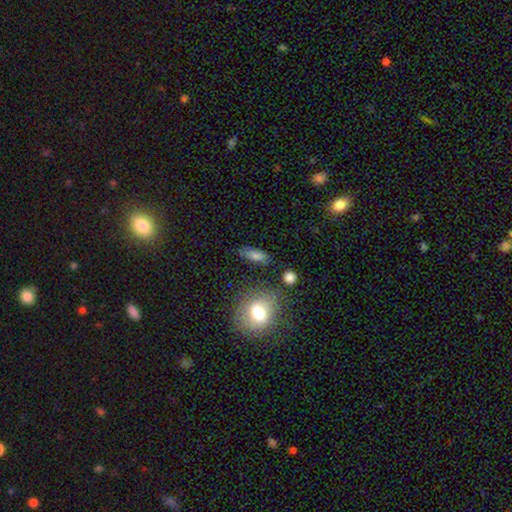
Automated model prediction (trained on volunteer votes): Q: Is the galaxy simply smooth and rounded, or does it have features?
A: smooth — 77%.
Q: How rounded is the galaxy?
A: in between — 64%.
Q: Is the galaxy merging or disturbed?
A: none — 75%.